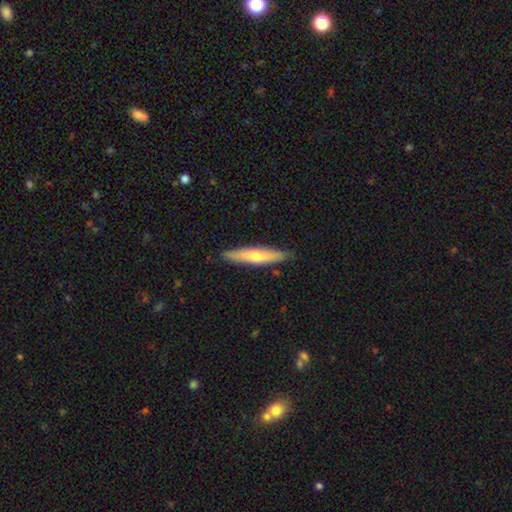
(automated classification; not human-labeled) Smooth or featured?
  - smooth: 56% *
  - featured or disk: 38%
  - star or artifact: 5%
How rounded?
  - cigar-shaped: 86% *
  - in between: 13%
  - round: 1%
Merging?
  - none: 89% *
  - minor disturbance: 9%
  - major disturbance: 2%
  - merger: 1%